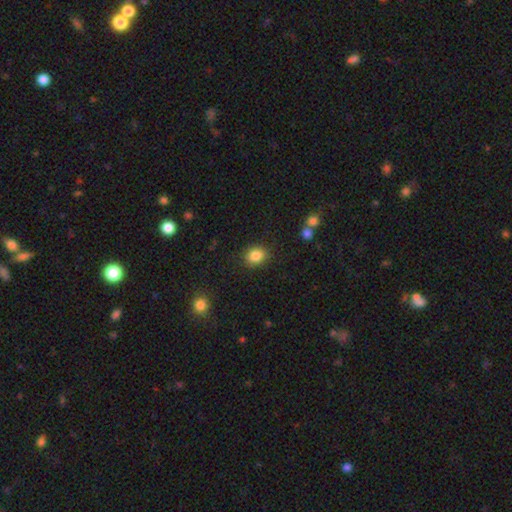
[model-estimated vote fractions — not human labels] Q: Smooth or featured?
A: smooth (85%); runner-up: star or artifact (10%)
Q: How rounded?
A: round (56%); runner-up: in between (43%)
Q: Merging?
A: none (86%); runner-up: minor disturbance (9%)